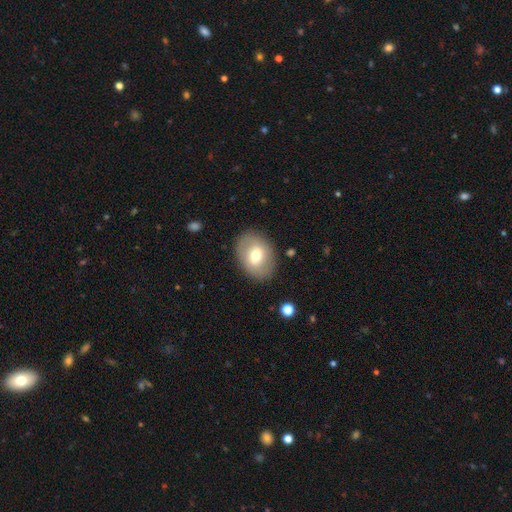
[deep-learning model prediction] Smooth or featured?
  - smooth: 61% *
  - featured or disk: 32%
  - star or artifact: 7%
How rounded?
  - in between: 66% *
  - round: 33%
  - cigar-shaped: 1%
Merging?
  - none: 85% *
  - minor disturbance: 10%
  - major disturbance: 4%
  - merger: 1%